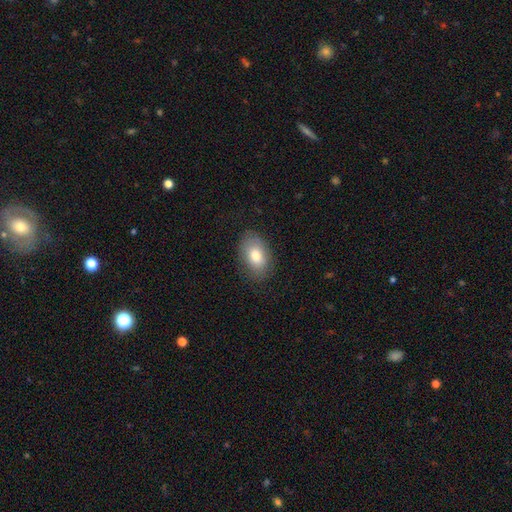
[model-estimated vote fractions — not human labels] This appears to be a smooth galaxy with no disk features (78%) that is in between round and cigar-shaped (87%). Merging: none (80%).